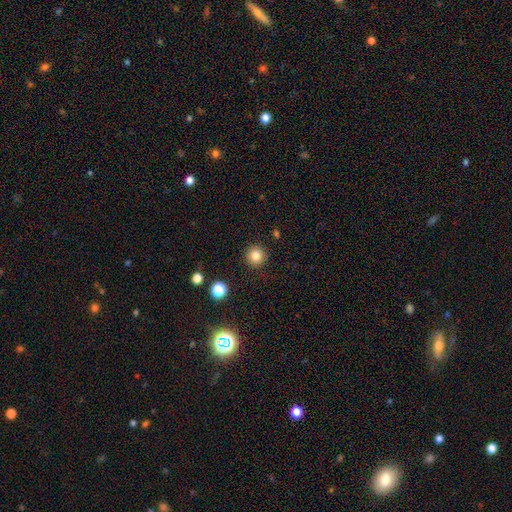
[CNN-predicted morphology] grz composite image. It shows a smooth galaxy with no disk features (82%) that is round (95%). Merging: none (92%).